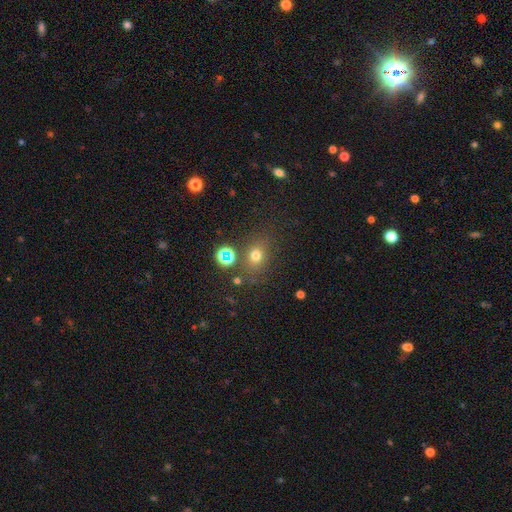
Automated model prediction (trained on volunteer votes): smooth_or_featured: smooth (p=0.68) [alt: star or artifact p=0.23]
how_rounded: round (p=0.61) [alt: in between p=0.37]
merging: none (p=0.75) [alt: minor disturbance p=0.13]